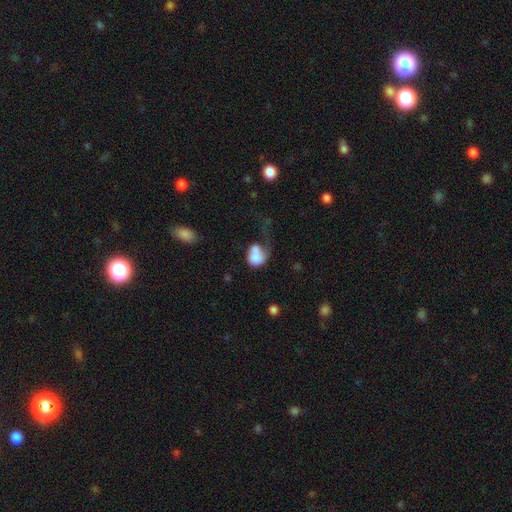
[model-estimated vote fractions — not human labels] Q: Smooth or featured?
A: smooth (69%); runner-up: featured or disk (23%)
Q: How rounded?
A: in between (57%); runner-up: round (42%)
Q: Merging?
A: major disturbance (37%); runner-up: merger (31%)